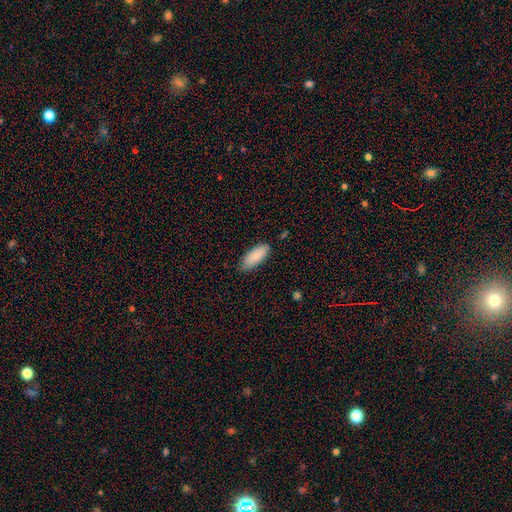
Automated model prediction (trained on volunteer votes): The model was most divided on "merging": none: 79%, minor disturbance: 17%, major disturbance: 2%, merger: 1%. More confident: smooth or featured — smooth (85%); how rounded — in between (81%).